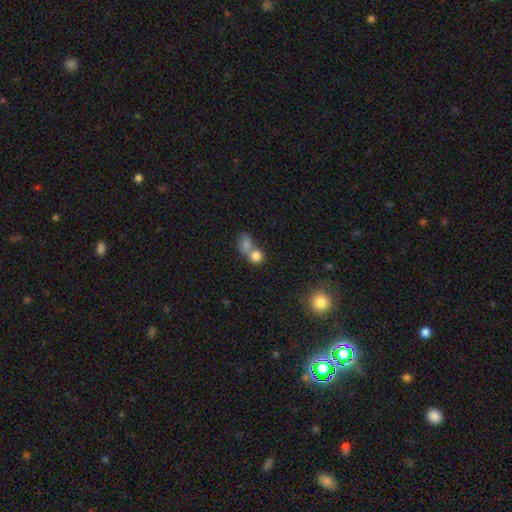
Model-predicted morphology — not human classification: A smooth galaxy with no disk features (80%) that is round (69%). Merging: merger (59%).